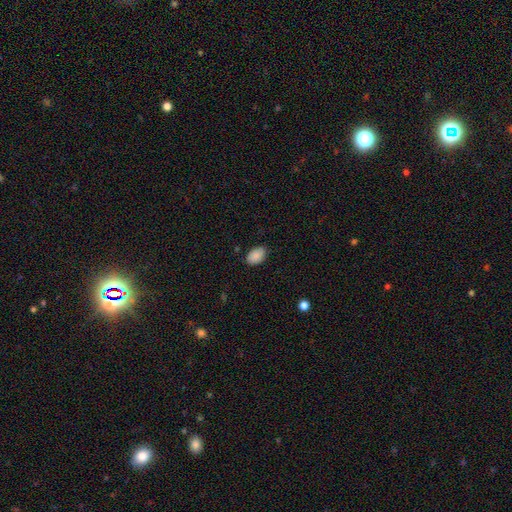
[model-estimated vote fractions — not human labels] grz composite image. It shows a smooth galaxy with no disk features (89%) that is in between round and cigar-shaped (89%). Merging: none (85%).